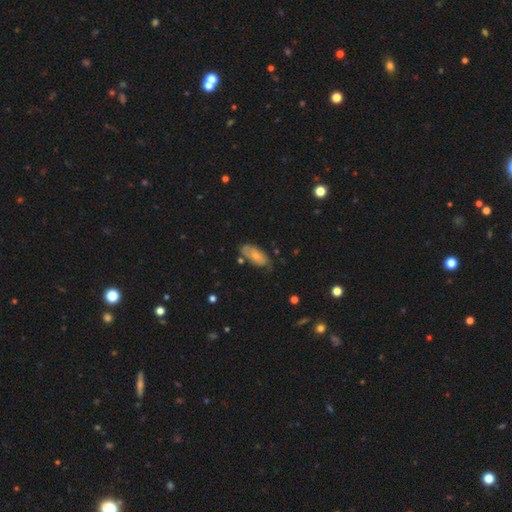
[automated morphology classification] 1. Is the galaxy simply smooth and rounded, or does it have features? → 60% smooth, 33% featured or disk, 7% star or artifact.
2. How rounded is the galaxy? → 89% in between, 9% cigar-shaped, 3% round.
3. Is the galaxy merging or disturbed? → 55% none, 32% minor disturbance, 9% major disturbance, 5% merger.